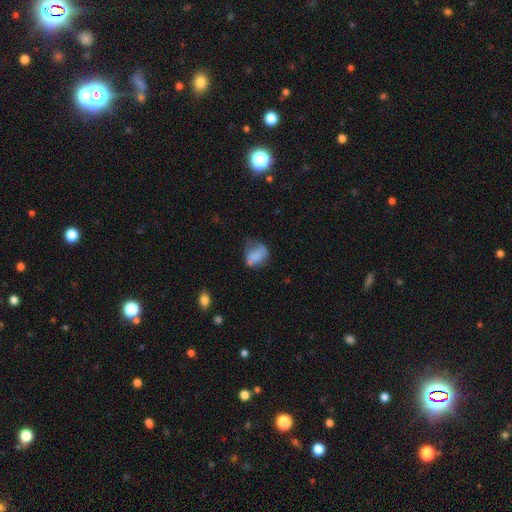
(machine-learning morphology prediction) Smooth or featured: smooth — 70% (featured or disk — 20%)
How rounded: in between — 69% (round — 29%)
Merging: none — 35% (tied with minor disturbance — 35%)